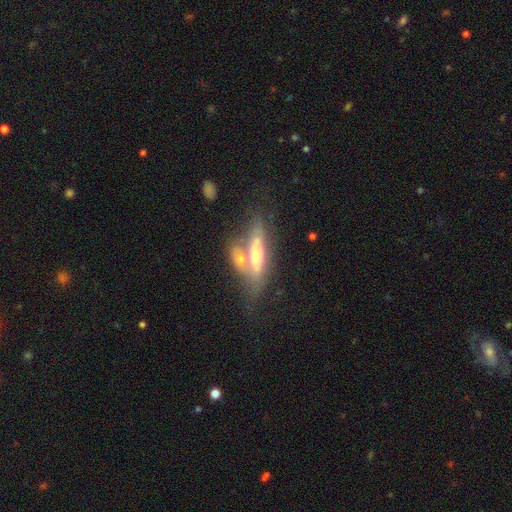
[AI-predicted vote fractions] This is possibly a featured or disk galaxy (59%). It is possibly viewed edge-on (55%). Merging: marginally merger (44%).